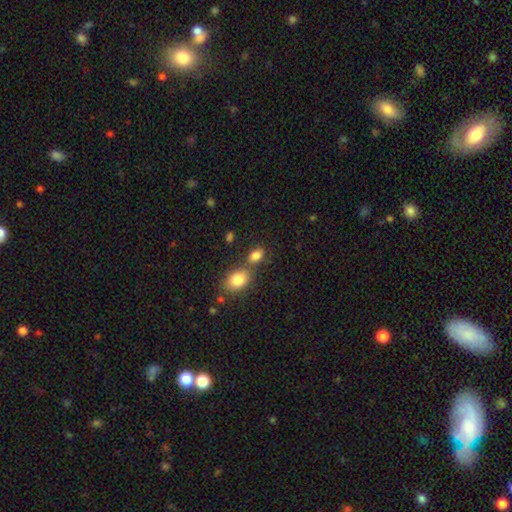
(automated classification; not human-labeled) Overall: smooth (83%). How rounded: in between (81%). Merging: none (51%; merger 33%).